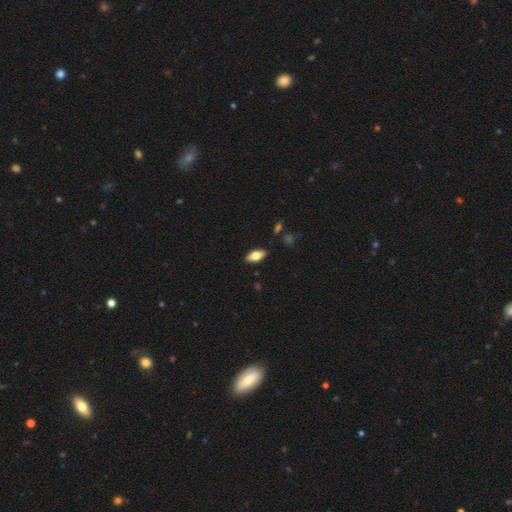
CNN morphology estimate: smooth-or-featured: smooth: 67% | featured or disk: 26% | star or artifact: 7%
  how-rounded: in between: 86% | cigar-shaped: 11% | round: 3%
  merging: none: 88% | minor disturbance: 9% | major disturbance: 2% | merger: 1%